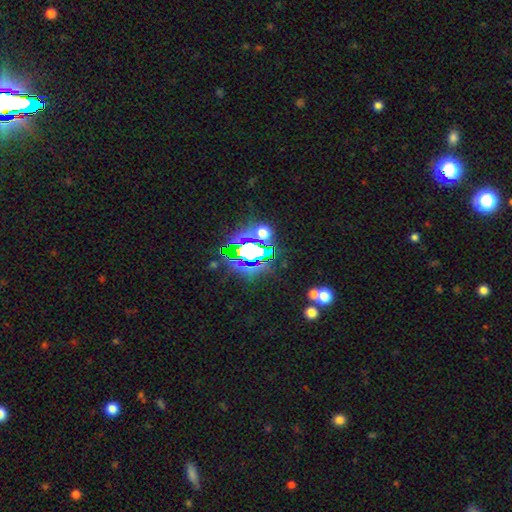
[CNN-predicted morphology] smooth-or-featured: star or artifact: 67% | smooth: 19% | featured or disk: 14%